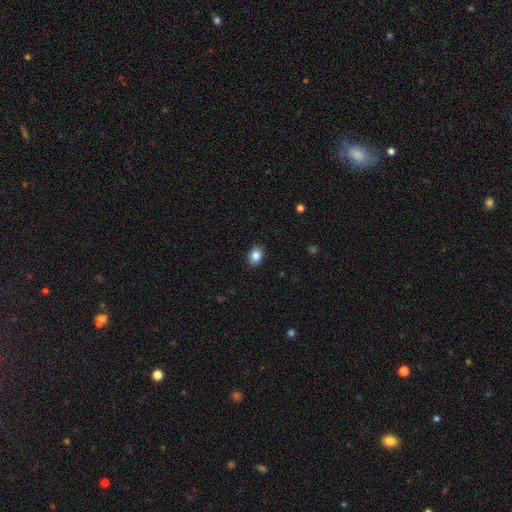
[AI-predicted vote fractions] Morphology: type=smooth (86%); roundness=in between (66%); merging=none (89%).